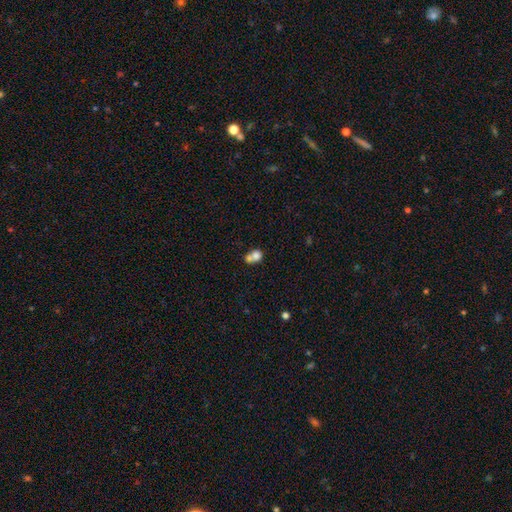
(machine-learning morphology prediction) A smooth galaxy with no disk features (74%) that is round (60%). Merging: merger (64%).